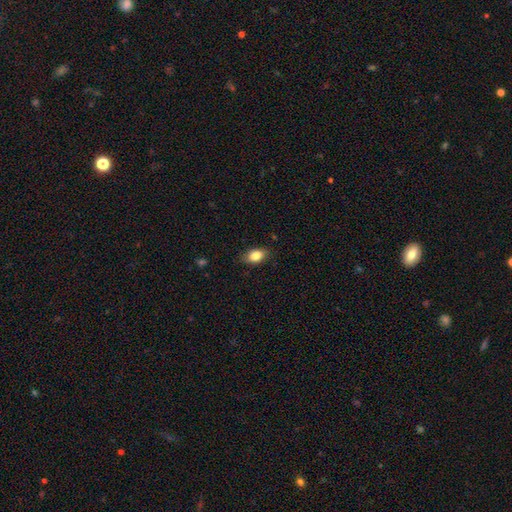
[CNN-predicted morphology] A smooth galaxy with no disk features (85%) that is in between round and cigar-shaped (84%).

Vote fractions:
- Smooth or featured? smooth: 85% / star or artifact: 8% / featured or disk: 8%
- How rounded? in between: 84% / round: 14% / cigar-shaped: 3%
- Merging? none: 81% / minor disturbance: 15% / major disturbance: 3% / merger: 1%